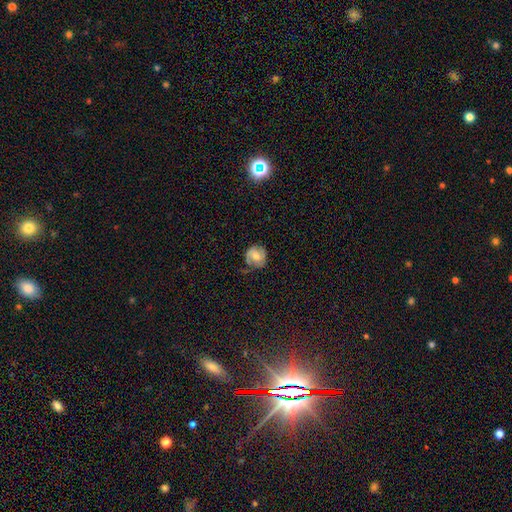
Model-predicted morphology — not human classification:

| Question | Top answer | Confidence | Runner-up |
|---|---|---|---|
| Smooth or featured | featured or disk | 46% | tied: smooth (46%) |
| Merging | none | 61% | minor disturbance (26%) |